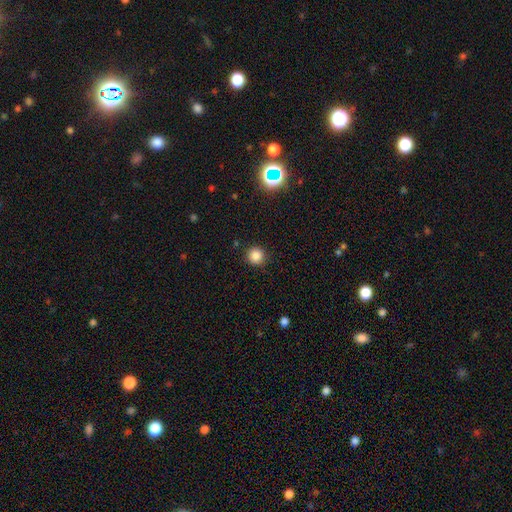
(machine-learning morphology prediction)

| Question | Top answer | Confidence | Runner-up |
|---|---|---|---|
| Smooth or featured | smooth | 84% | star or artifact (12%) |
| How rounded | round | 94% | in between (5%) |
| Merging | none | 90% | minor disturbance (6%) |